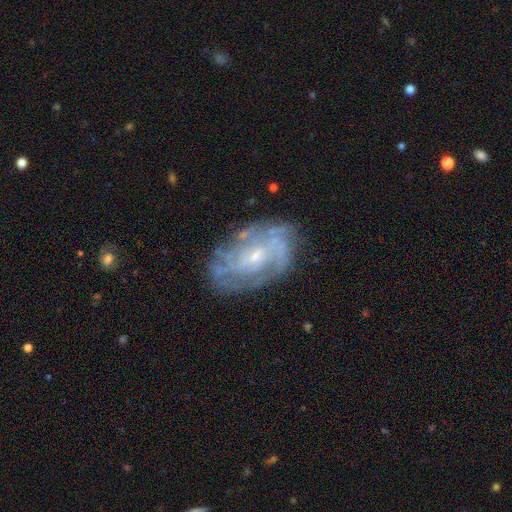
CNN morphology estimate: smooth_or_featured: featured or disk (p=0.82) [alt: smooth p=0.10]
disk_edge_on: no (p=0.96) [alt: yes p=0.04]
bar: no (p=0.55) [alt: weak p=0.35]
has_spiral_arms: yes (p=0.89) [alt: no p=0.11]
spiral_winding: tight (p=0.57) [alt: medium p=0.33]
spiral_arm_count: can't tell (p=0.42) [alt: 2 p=0.16]
bulge_size: small (p=0.73) [alt: moderate p=0.22]
merging: none (p=0.72) [alt: minor disturbance p=0.18]